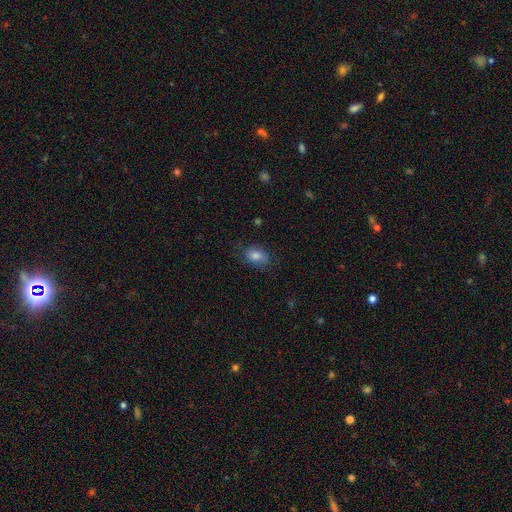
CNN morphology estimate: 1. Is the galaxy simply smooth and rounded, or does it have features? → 77% smooth, 13% featured or disk, 10% star or artifact.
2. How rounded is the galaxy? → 80% in between, 19% round, 2% cigar-shaped.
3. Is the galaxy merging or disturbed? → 74% none, 19% minor disturbance, 5% major disturbance, 1% merger.